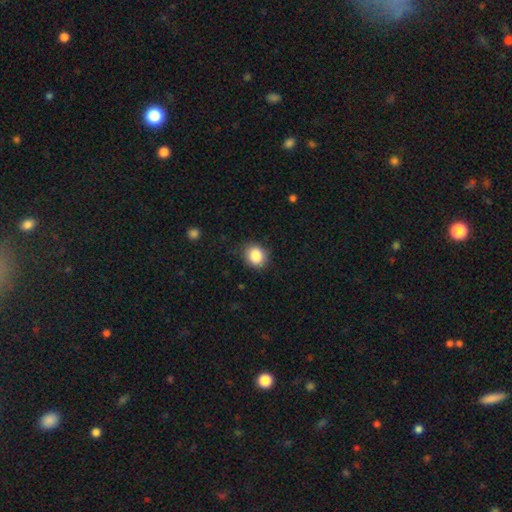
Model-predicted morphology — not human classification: A smooth galaxy with no disk features (87%) that is round (64%). Merging: none (85%).